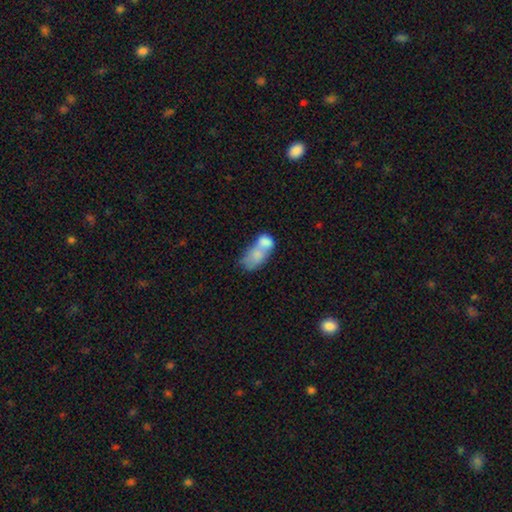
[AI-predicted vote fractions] This is likely a smooth galaxy (70%). How rounded: clearly in between (86%). Merging: likely merger (69%).